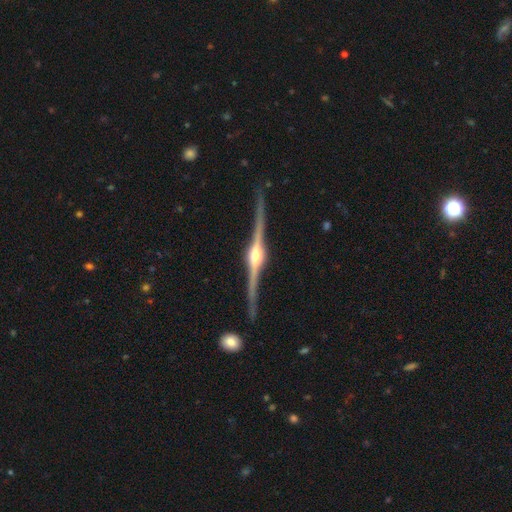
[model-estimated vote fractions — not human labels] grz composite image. It shows a featured or disk galaxy (92%) viewed edge-on (99%) with a rounded central bulge (94%). Merging: none (90%).